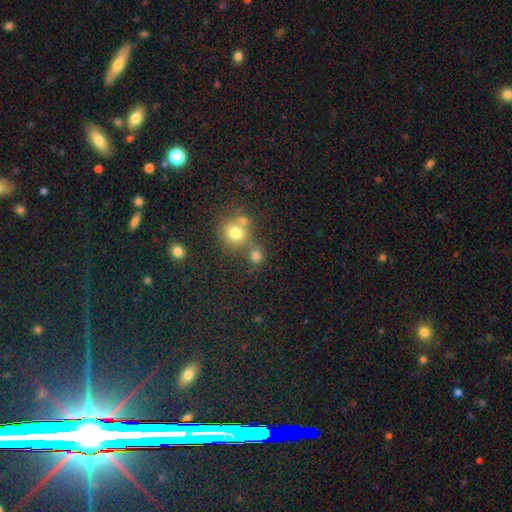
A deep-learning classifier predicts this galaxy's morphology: Smooth or featured?
  - smooth: 75% *
  - star or artifact: 17%
  - featured or disk: 9%
How rounded?
  - round: 86% *
  - in between: 12%
  - cigar-shaped: 1%
Merging?
  - none: 58% *
  - merger: 29%
  - minor disturbance: 9%
  - major disturbance: 5%